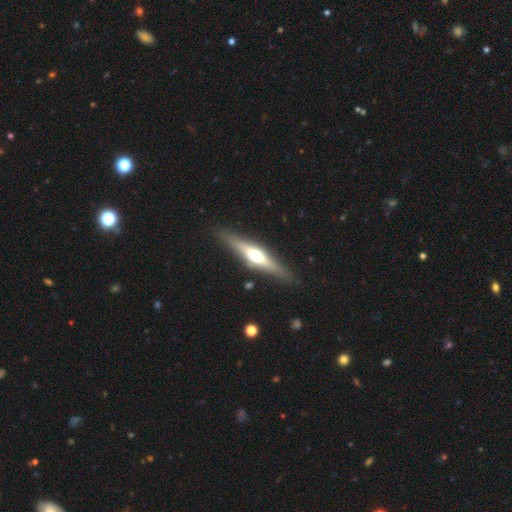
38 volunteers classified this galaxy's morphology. This appears to be a featured or disk galaxy (68%) viewed edge-on (92%) with a rounded central bulge (96%). Merging: none (86%).